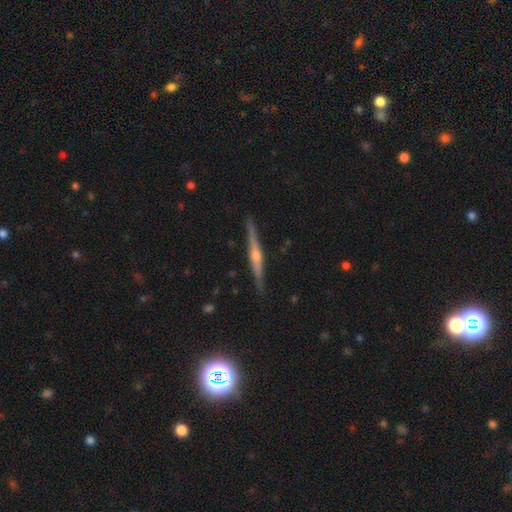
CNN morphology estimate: Smooth or featured?
  - featured or disk: 79% *
  - smooth: 14%
  - star or artifact: 7%
Edge-on disk?
  - yes: 98% *
  - no: 2%
Edge-on bulge?
  - rounded: 83% *
  - none: 10%
  - boxy: 7%
Merging?
  - none: 90% *
  - minor disturbance: 7%
  - major disturbance: 1%
  - merger: 1%